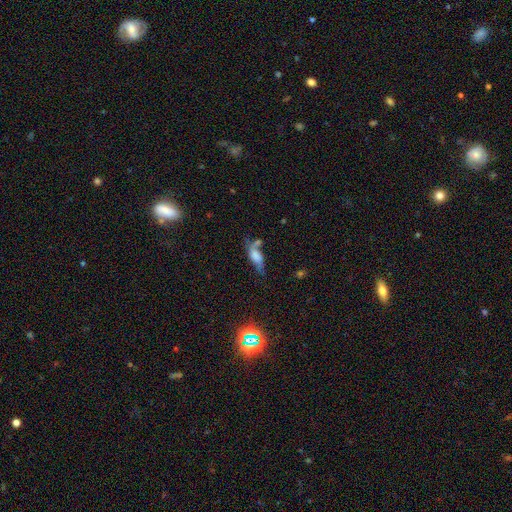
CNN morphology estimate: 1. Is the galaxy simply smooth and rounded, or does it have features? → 56% smooth, 31% featured or disk, 12% star or artifact.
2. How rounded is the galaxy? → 68% in between, 28% cigar-shaped, 4% round.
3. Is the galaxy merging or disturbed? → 37% none, 24% minor disturbance, 21% merger, 17% major disturbance.